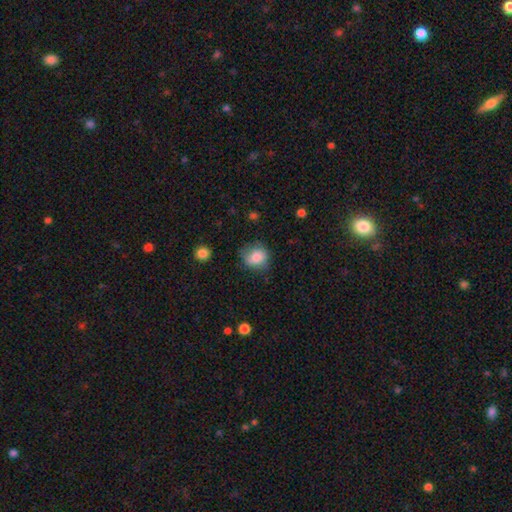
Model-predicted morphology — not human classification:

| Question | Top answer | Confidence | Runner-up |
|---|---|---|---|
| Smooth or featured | smooth | 81% | featured or disk (9%) |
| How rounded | round | 72% | in between (27%) |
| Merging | none | 63% | minor disturbance (27%) |